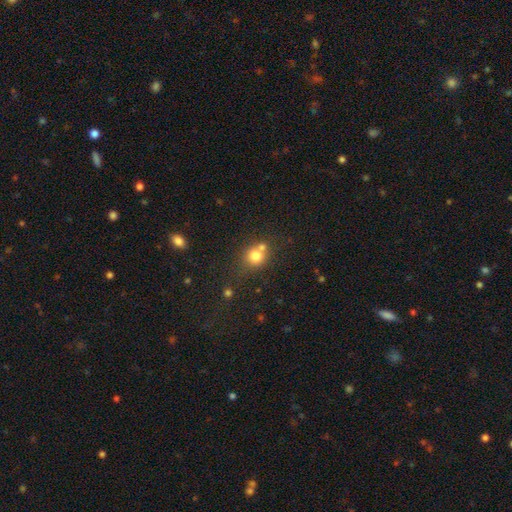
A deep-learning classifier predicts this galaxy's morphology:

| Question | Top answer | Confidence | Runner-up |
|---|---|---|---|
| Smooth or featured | smooth | 77% | star or artifact (13%) |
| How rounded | round | 83% | in between (16%) |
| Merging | none | 51% | merger (34%) |